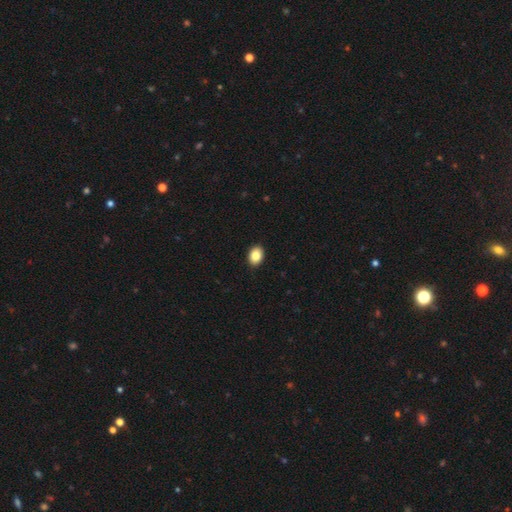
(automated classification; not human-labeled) Smooth or featured: smooth — 87% (star or artifact — 8%)
How rounded: in between — 74% (round — 25%)
Merging: none — 91% (minor disturbance — 6%)